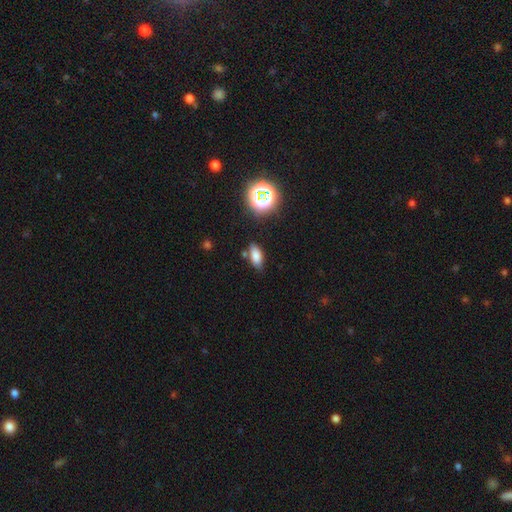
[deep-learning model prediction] This appears to be a smooth galaxy with no disk features (76%) that is in between round and cigar-shaped (84%). Merging: none (74%).